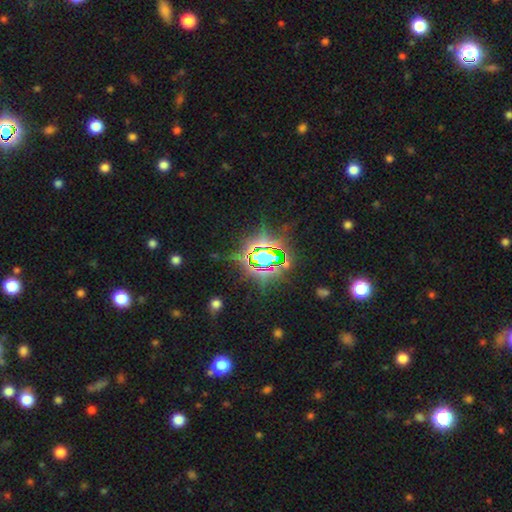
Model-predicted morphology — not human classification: Overall: star or artifact (81%).